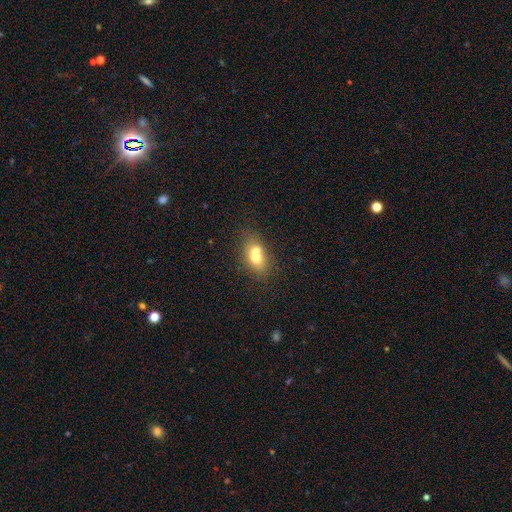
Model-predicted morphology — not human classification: The model was most divided on "merging": merger: 55%, none: 32%, minor disturbance: 9%, major disturbance: 4%. More confident: how rounded — in between (69%); smooth or featured — smooth (65%).